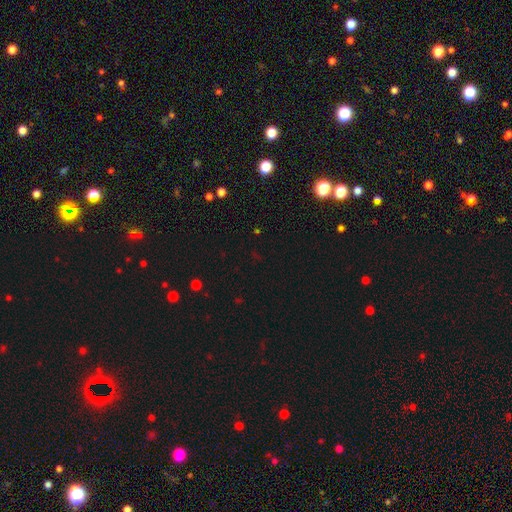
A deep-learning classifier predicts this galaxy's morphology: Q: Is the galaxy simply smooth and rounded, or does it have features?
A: star or artifact — 70%.